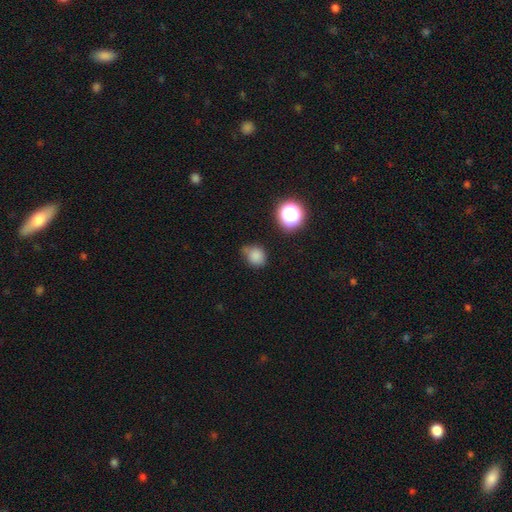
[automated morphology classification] smooth 81%, star or artifact 14%, featured or disk 6%. Down the decision tree: how rounded — round (65%); merging — none (57%).